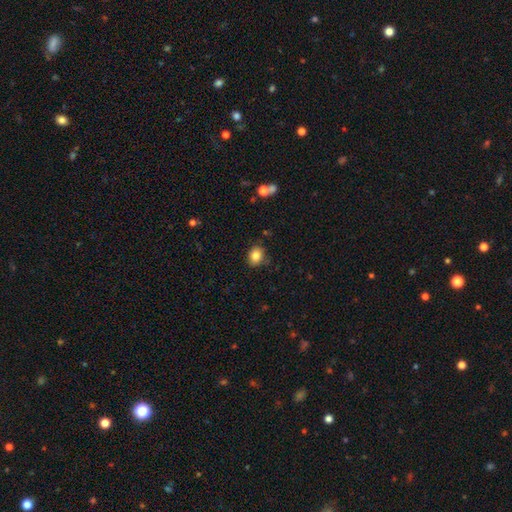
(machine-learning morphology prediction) Q: Smooth or featured?
A: smooth (84%); runner-up: star or artifact (10%)
Q: How rounded?
A: round (50%); runner-up: in between (49%)
Q: Merging?
A: none (82%); runner-up: minor disturbance (13%)